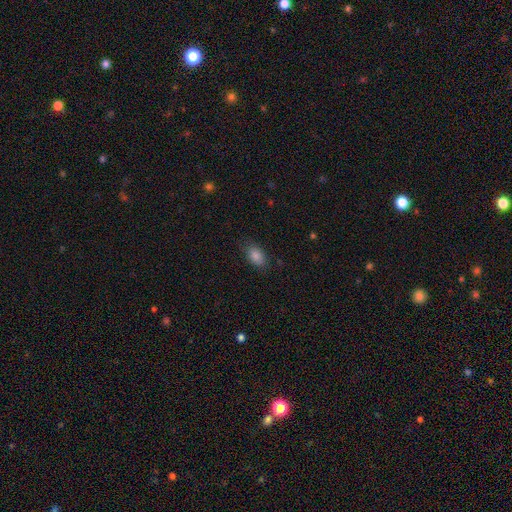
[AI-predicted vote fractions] This is clearly a smooth galaxy (85%). How rounded: clearly in between (89%). Merging: clearly none (80%).